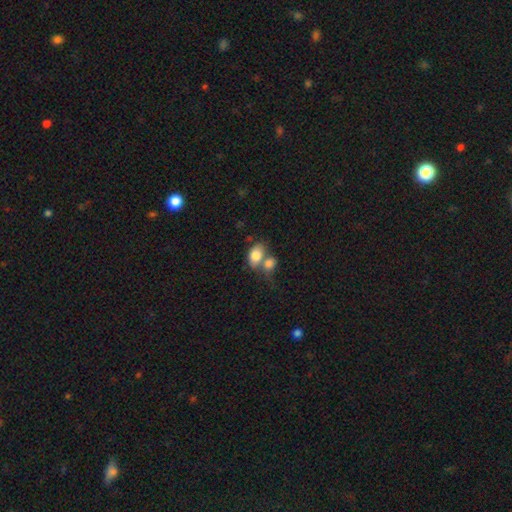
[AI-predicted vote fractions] This appears to be a smooth galaxy with no disk features (80%) that is in between round and cigar-shaped (80%). Merging: merger (56%).